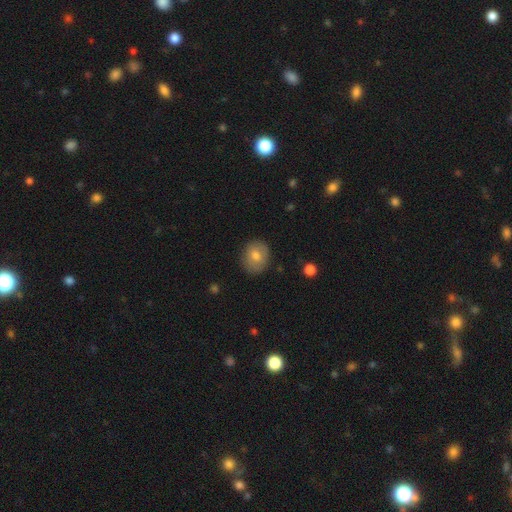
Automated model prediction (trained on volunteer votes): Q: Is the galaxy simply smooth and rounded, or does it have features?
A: smooth — 73%.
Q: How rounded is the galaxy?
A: round — 61%.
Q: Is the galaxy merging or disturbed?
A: none — 83%.